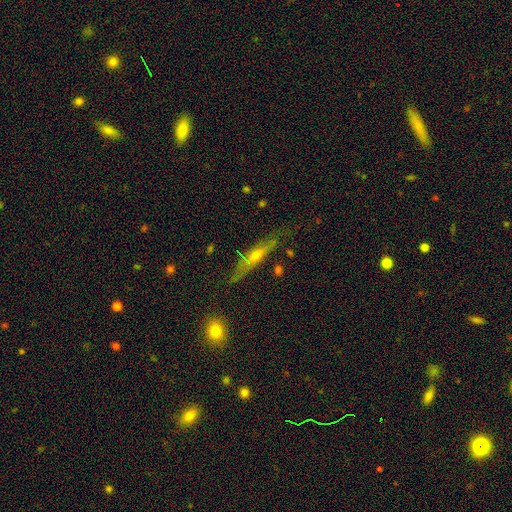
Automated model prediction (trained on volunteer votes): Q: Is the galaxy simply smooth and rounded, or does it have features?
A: featured or disk — 60%.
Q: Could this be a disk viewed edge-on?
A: yes — 86%.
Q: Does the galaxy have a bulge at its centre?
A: rounded — 77%.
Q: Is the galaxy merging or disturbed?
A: none — 71%.